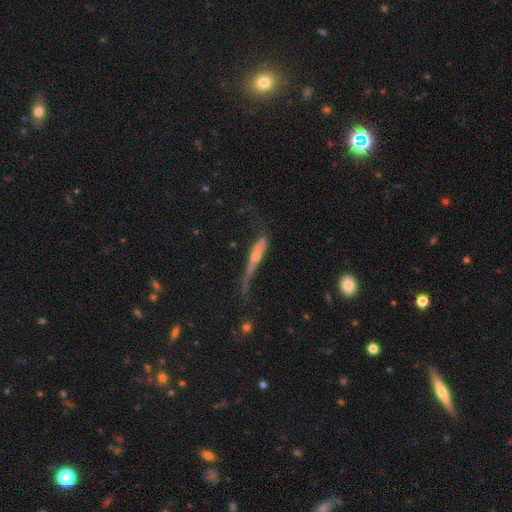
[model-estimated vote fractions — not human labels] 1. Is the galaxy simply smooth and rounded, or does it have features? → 65% featured or disk, 26% smooth, 10% star or artifact.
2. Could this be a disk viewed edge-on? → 70% yes, 30% no.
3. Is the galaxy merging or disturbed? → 36% major disturbance, 32% none, 25% minor disturbance, 7% merger.